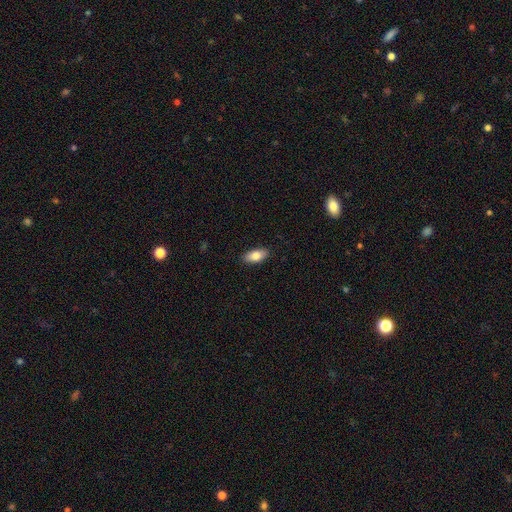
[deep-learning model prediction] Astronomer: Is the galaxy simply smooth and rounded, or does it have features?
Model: smooth — 82%.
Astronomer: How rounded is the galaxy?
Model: in between — 90%.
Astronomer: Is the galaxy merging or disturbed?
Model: none — 89%.